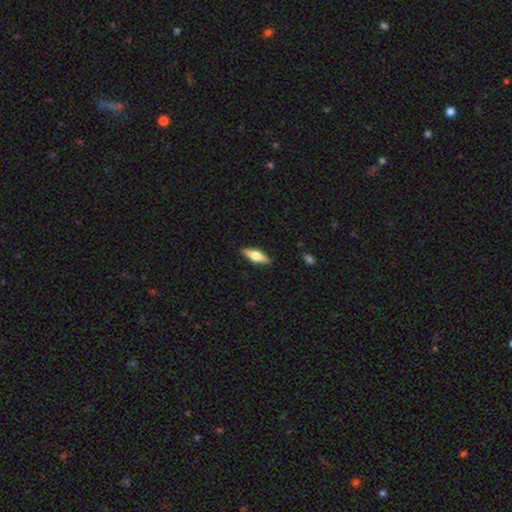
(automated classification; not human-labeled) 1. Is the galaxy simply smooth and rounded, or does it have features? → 54% smooth, 40% featured or disk, 6% star or artifact.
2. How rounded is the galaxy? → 54% in between, 43% cigar-shaped, 2% round.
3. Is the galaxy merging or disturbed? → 88% none, 9% minor disturbance, 2% major disturbance, 1% merger.